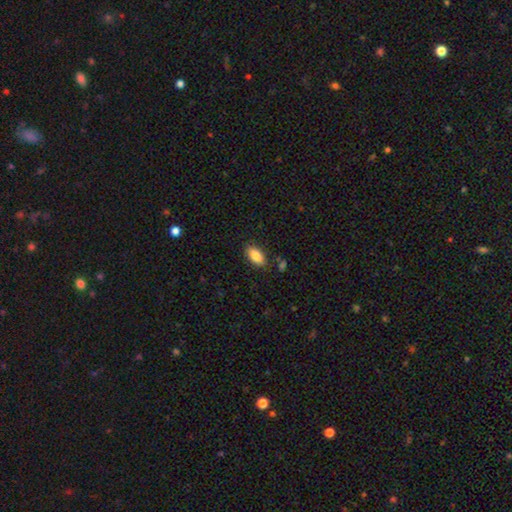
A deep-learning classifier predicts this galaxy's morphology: smooth-or-featured: smooth: 85% | featured or disk: 7% | star or artifact: 7%
  how-rounded: in between: 91% | cigar-shaped: 6% | round: 3%
  merging: none: 84% | minor disturbance: 11% | merger: 3% | major disturbance: 3%